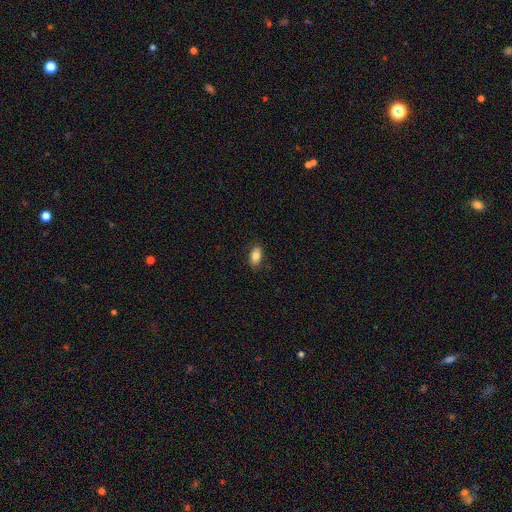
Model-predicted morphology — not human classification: Smooth or featured?
  - smooth: 82% *
  - featured or disk: 10%
  - star or artifact: 8%
How rounded?
  - in between: 91% *
  - round: 5%
  - cigar-shaped: 3%
Merging?
  - none: 85% *
  - minor disturbance: 11%
  - major disturbance: 2%
  - merger: 1%